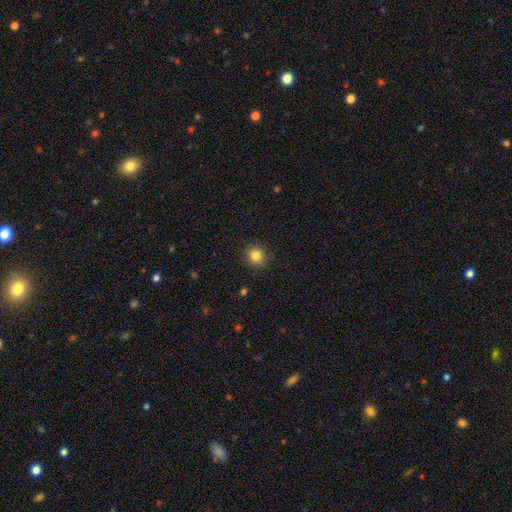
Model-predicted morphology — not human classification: The model was most divided on "smooth or featured": smooth: 83%, star or artifact: 11%, featured or disk: 6%. More confident: merging — none (89%); how rounded — round (89%).